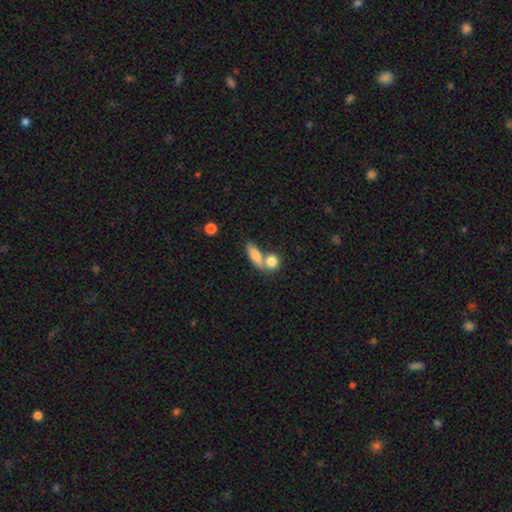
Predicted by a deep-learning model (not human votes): Smooth or featured? smooth (75%)
How rounded? in between (54%)
Merging? none (46%)